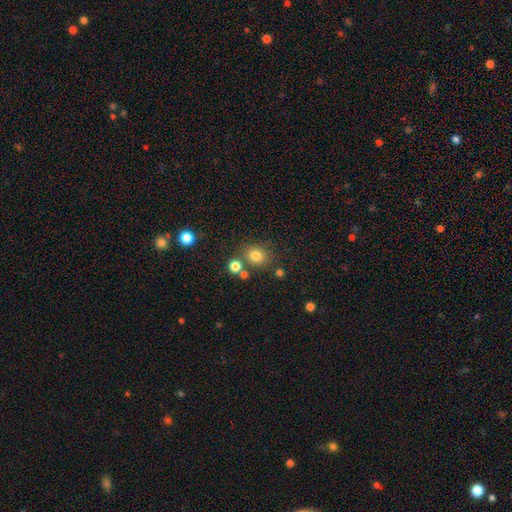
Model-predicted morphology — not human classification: Smooth or featured?
  - smooth: 79% *
  - star or artifact: 14%
  - featured or disk: 7%
How rounded?
  - round: 73% *
  - in between: 26%
  - cigar-shaped: 1%
Merging?
  - none: 72% *
  - merger: 13%
  - minor disturbance: 11%
  - major disturbance: 4%